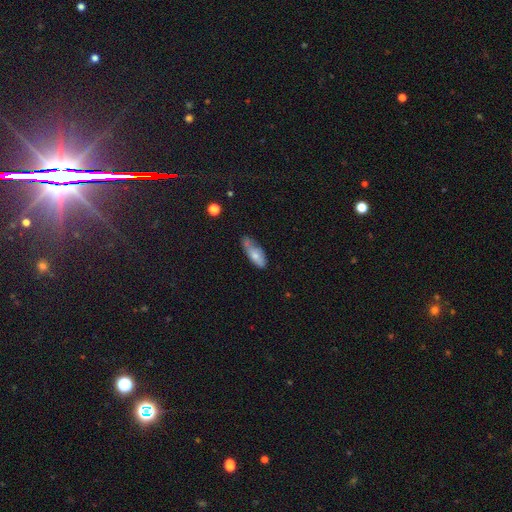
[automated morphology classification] This is likely a smooth galaxy (70%). How rounded: likely in between (71%). Merging: marginally none (42%).